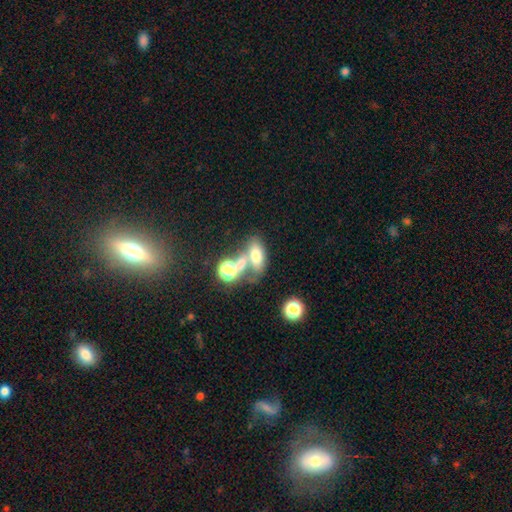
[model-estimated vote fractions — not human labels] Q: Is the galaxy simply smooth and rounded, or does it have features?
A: smooth — 65%.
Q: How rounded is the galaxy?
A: in between — 79%.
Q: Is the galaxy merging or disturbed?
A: merger — 46%.